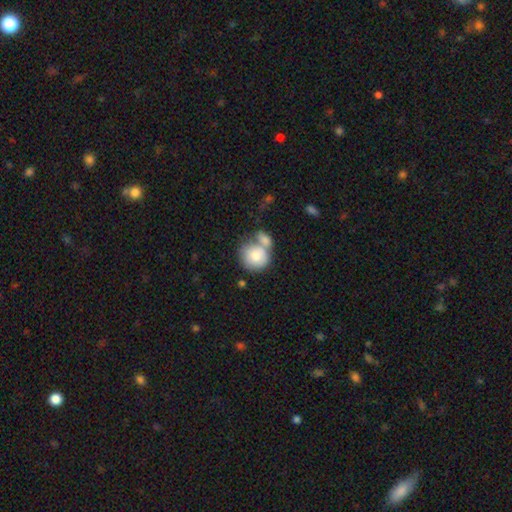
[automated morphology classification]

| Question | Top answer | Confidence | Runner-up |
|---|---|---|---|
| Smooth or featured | smooth | 77% | featured or disk (16%) |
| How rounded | round | 85% | in between (14%) |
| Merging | merger | 45% | none (38%) |